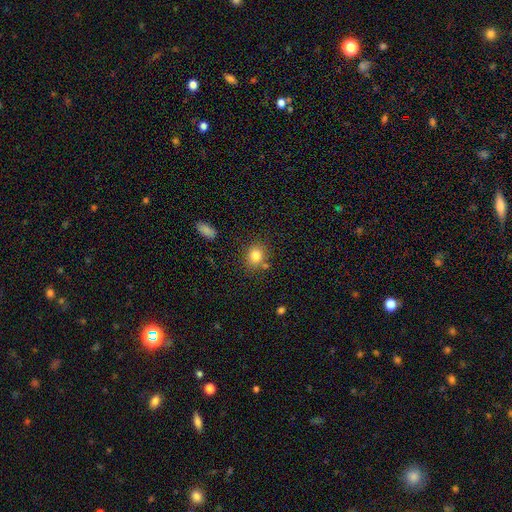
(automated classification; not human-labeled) smooth_or_featured: smooth (p=0.82) [alt: star or artifact p=0.11]
how_rounded: round (p=0.67) [alt: in between p=0.32]
merging: none (p=0.76) [alt: minor disturbance p=0.13]